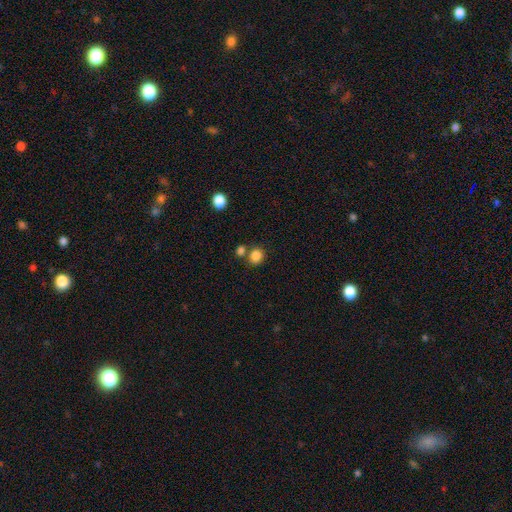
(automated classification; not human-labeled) A smooth galaxy with no disk features (84%) that is round (74%). Merging: none (63%).